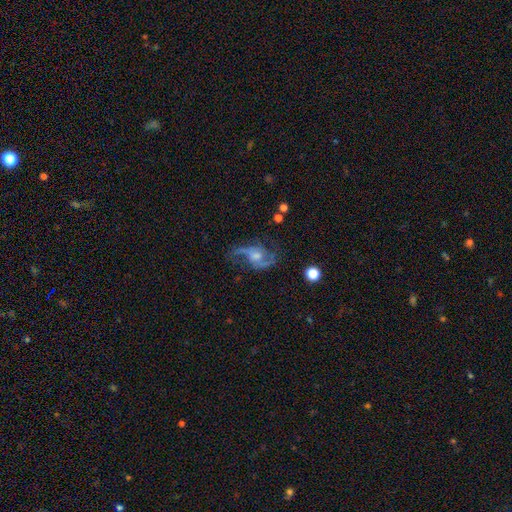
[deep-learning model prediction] Smooth or featured? featured or disk (83%)
Edge-on disk? no (97%)
Bar? no (57%)
Spiral arms? yes (94%)
Spiral winding? loose (61%)
Spiral arm count? 2 (89%)
Bulge size? moderate (50%)
Merging? none (63%)